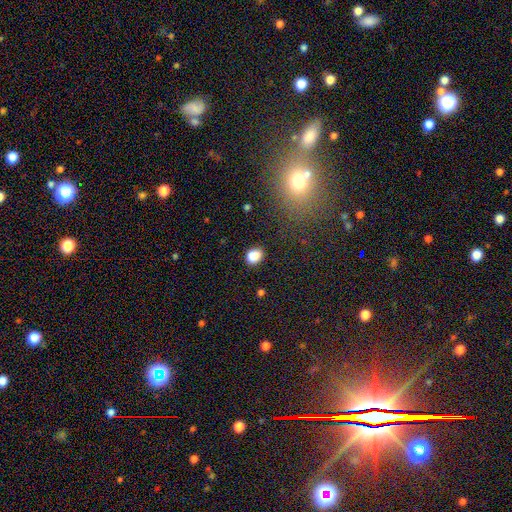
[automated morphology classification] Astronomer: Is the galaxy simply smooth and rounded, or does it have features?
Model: smooth — 84%.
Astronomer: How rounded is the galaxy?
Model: in between — 51% (runner-up: round, 48%).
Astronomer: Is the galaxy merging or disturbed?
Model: none — 83%.